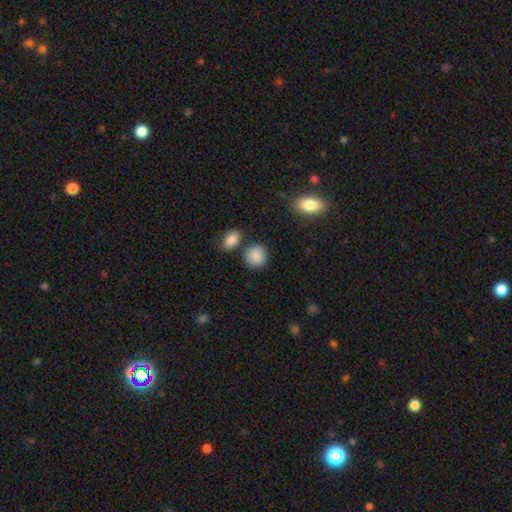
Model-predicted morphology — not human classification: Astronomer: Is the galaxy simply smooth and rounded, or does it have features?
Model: smooth — 88%.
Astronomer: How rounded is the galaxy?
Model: round — 79%.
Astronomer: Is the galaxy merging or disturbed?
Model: none — 76%.